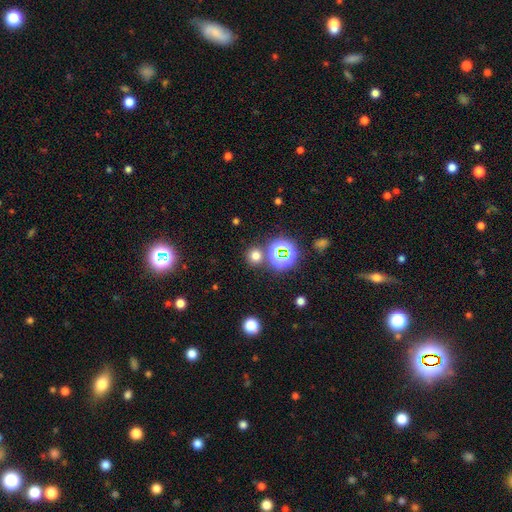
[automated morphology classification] A smooth galaxy with no disk features (65%) that is round (90%).

Vote fractions:
- Smooth or featured? smooth: 65% / star or artifact: 28% / featured or disk: 6%
- How rounded? round: 90% / in between: 9% / cigar-shaped: 1%
- Merging? none: 81% / merger: 9% / minor disturbance: 7% / major disturbance: 3%